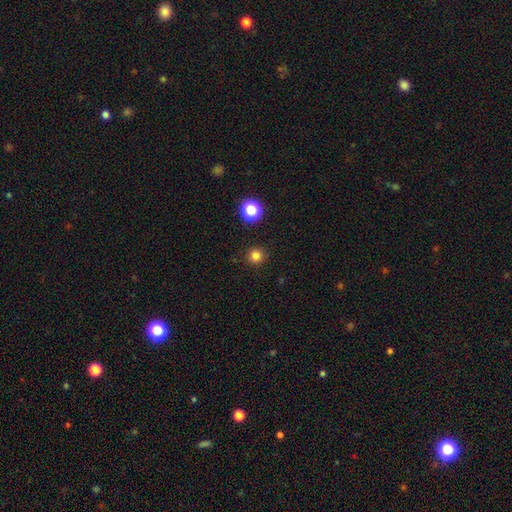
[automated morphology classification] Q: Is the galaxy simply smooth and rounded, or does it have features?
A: smooth — 81%.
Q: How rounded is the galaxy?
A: round — 95%.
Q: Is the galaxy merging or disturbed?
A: none — 92%.